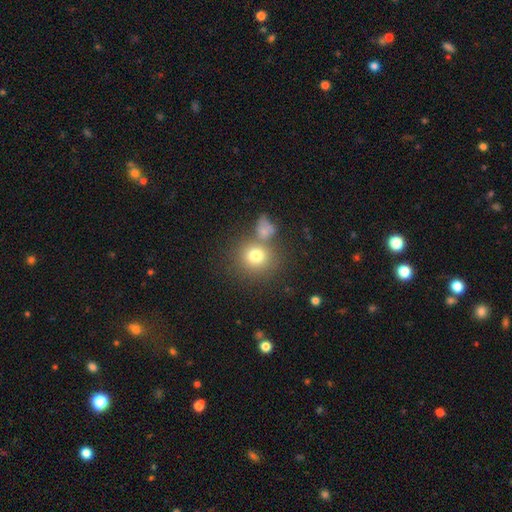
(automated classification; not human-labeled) Morphology: type=smooth (76%); roundness=round (84%); merging=none (62%).